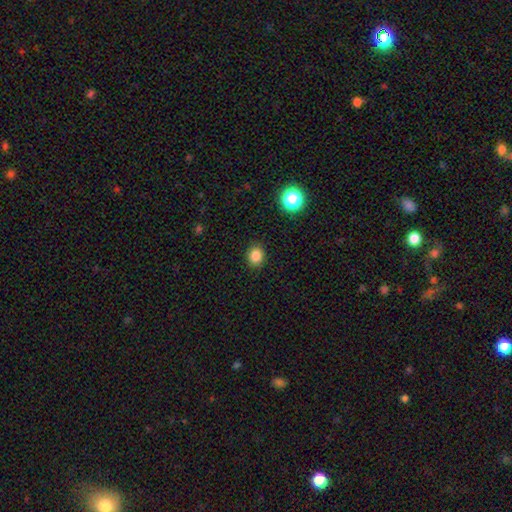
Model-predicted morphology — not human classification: The model was most divided on "how rounded": round: 69%, in between: 30%, cigar-shaped: 1%. More confident: merging — none (90%); smooth or featured — smooth (84%).